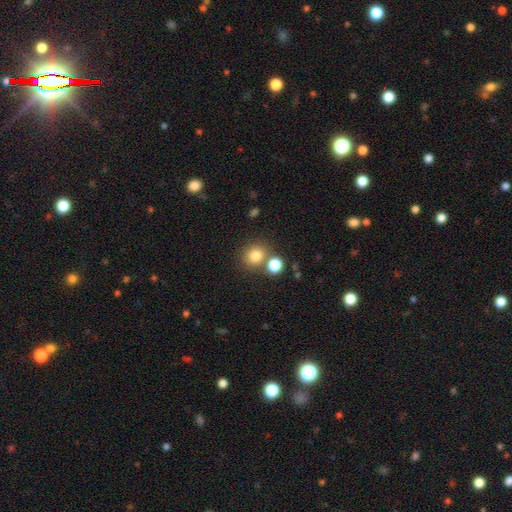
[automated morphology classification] This is likely a smooth galaxy (80%). How rounded: clearly round (84%). Merging: likely none (68%).